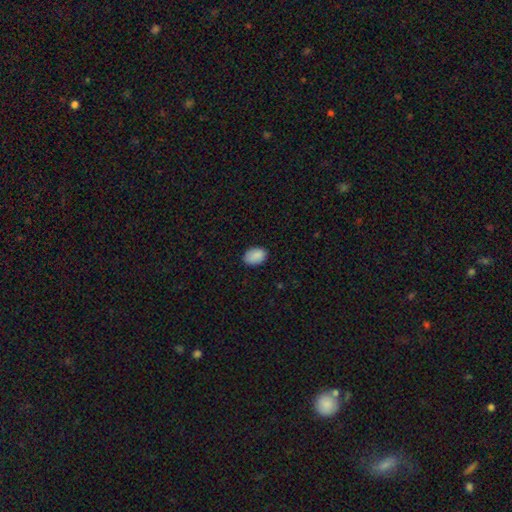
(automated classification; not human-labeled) This appears to be a smooth galaxy with no disk features (89%) that is in between round and cigar-shaped (83%). Merging: none (83%).